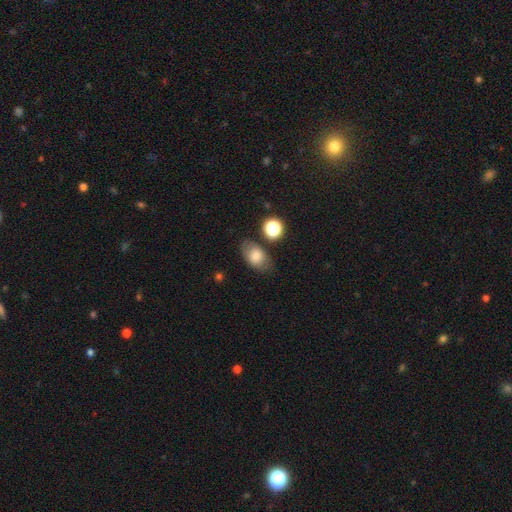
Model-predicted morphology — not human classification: smooth 74%, featured or disk 15%, star or artifact 10%. Down the decision tree: how rounded — in between (83%); merging — none (72%).